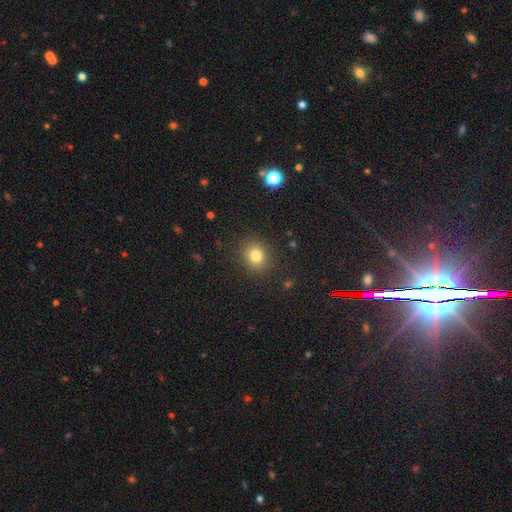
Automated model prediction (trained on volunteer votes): smooth_or_featured: smooth (p=0.80) [alt: star or artifact p=0.13]
how_rounded: round (p=0.76) [alt: in between p=0.24]
merging: none (p=0.87) [alt: minor disturbance p=0.08]